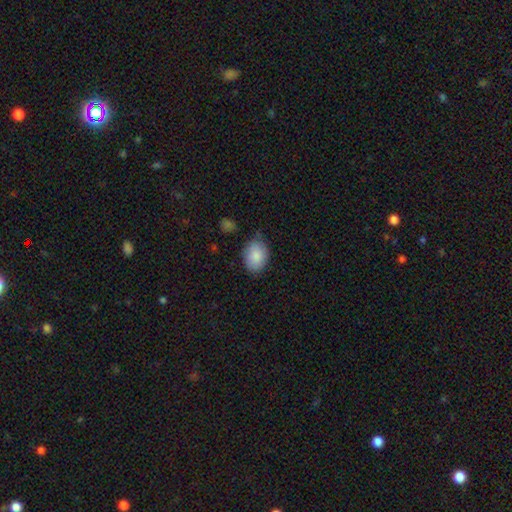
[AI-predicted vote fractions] A smooth galaxy with no disk features (87%) that is in between round and cigar-shaped (69%).

Vote fractions:
- Smooth or featured? smooth: 87% / star or artifact: 7% / featured or disk: 6%
- How rounded? in between: 69% / round: 30% / cigar-shaped: 1%
- Merging? none: 70% / minor disturbance: 23% / major disturbance: 5% / merger: 3%